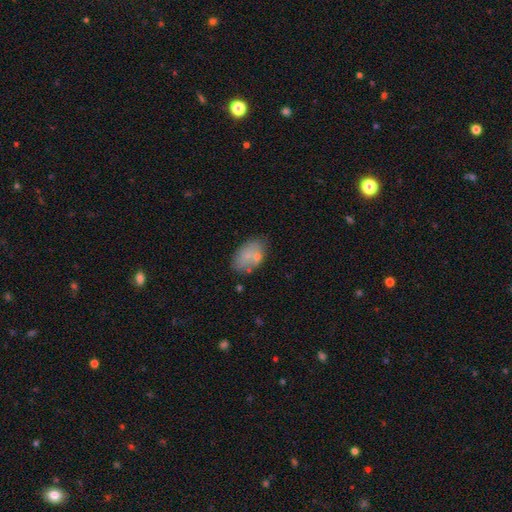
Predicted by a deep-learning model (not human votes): Smooth or featured?
  - smooth: 65% *
  - featured or disk: 24%
  - star or artifact: 11%
How rounded?
  - in between: 91% *
  - round: 7%
  - cigar-shaped: 2%
Merging?
  - none: 63% *
  - minor disturbance: 20%
  - merger: 11%
  - major disturbance: 7%